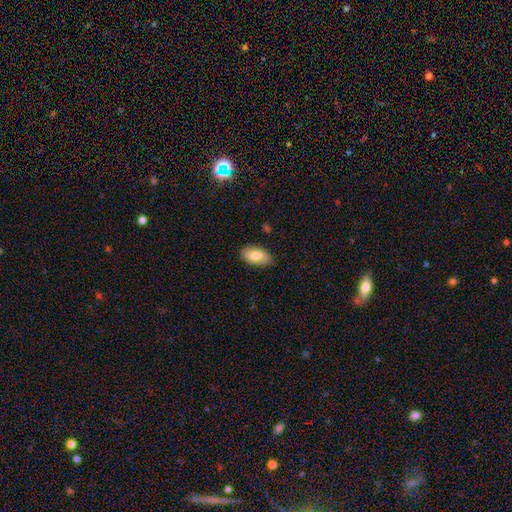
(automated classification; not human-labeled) The model was most divided on "smooth or featured": smooth: 79%, featured or disk: 14%, star or artifact: 7%. More confident: how rounded — in between (94%); merging — none (85%).